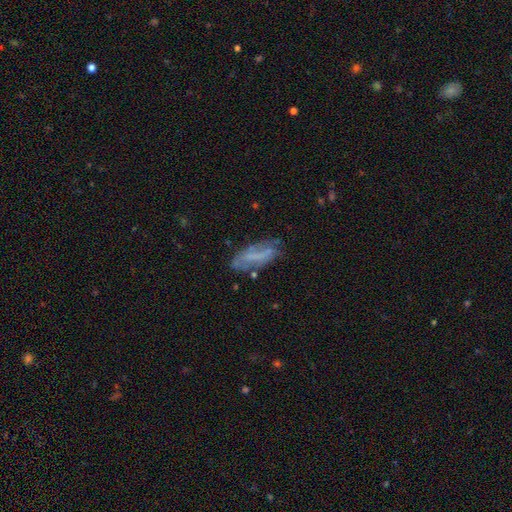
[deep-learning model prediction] The model was most divided on "smooth or featured": featured or disk: 49%, smooth: 40%, star or artifact: 10%. More confident: merging — none (56%).